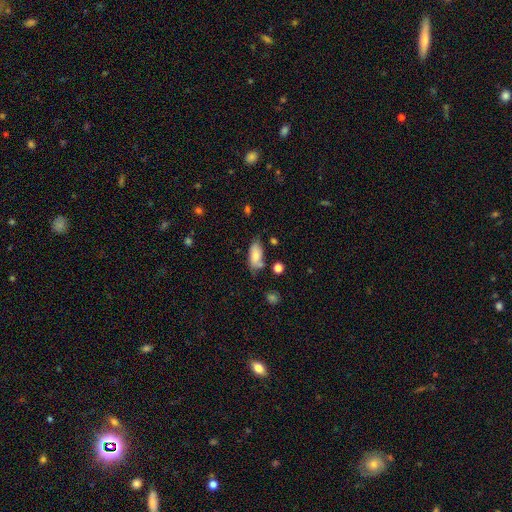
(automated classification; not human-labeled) Q: Smooth or featured?
A: smooth (76%); runner-up: featured or disk (16%)
Q: How rounded?
A: in between (88%); runner-up: cigar-shaped (9%)
Q: Merging?
A: none (61%); runner-up: minor disturbance (25%)